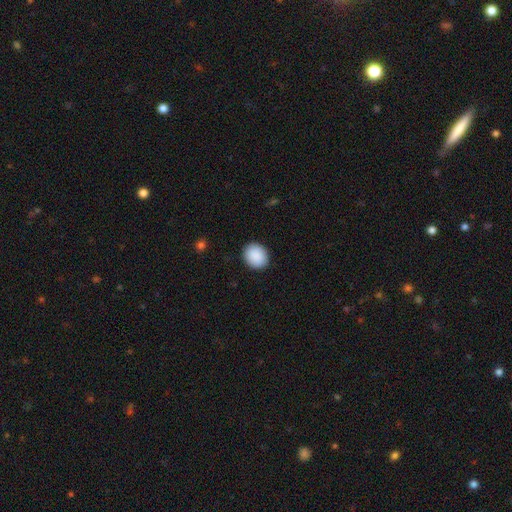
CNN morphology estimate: Smooth or featured: smooth — 90% (star or artifact — 7%)
How rounded: round — 62% (in between — 37%)
Merging: none — 90% (minor disturbance — 7%)